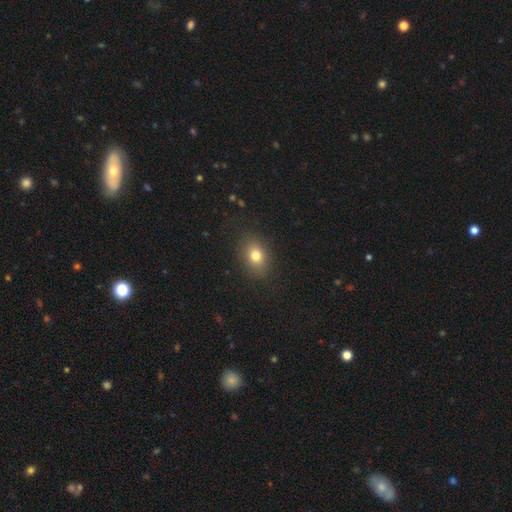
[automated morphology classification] smooth 78%, star or artifact 12%, featured or disk 10%. Down the decision tree: how rounded — in between (65%); merging — none (85%).